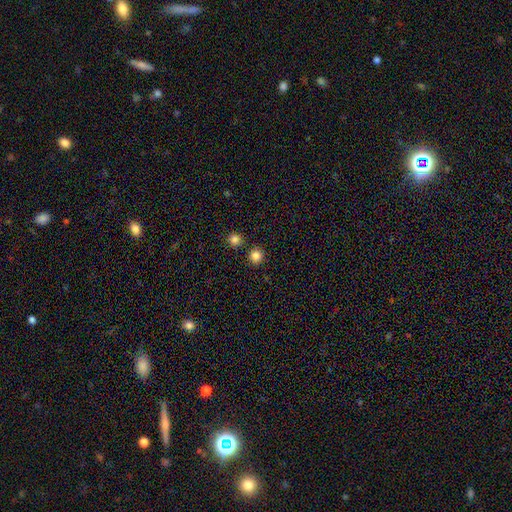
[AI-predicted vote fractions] smooth_or_featured: smooth (p=0.83) [alt: star or artifact p=0.13]
how_rounded: round (p=0.93) [alt: in between p=0.06]
merging: none (p=0.86) [alt: merger p=0.06]